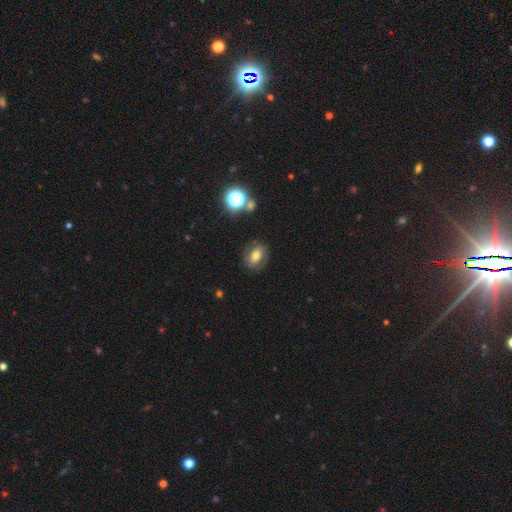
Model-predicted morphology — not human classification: smooth 60%, featured or disk 27%, star or artifact 14%. Down the decision tree: how rounded — in between (61%); merging — none (80%).